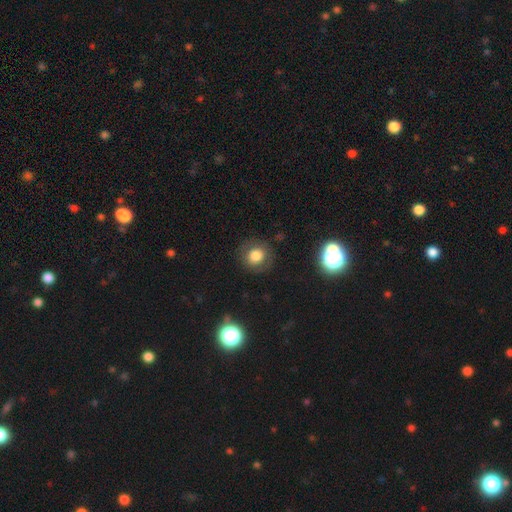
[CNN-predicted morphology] Overall: smooth (74%). How rounded: round (86%). Merging: none (82%).